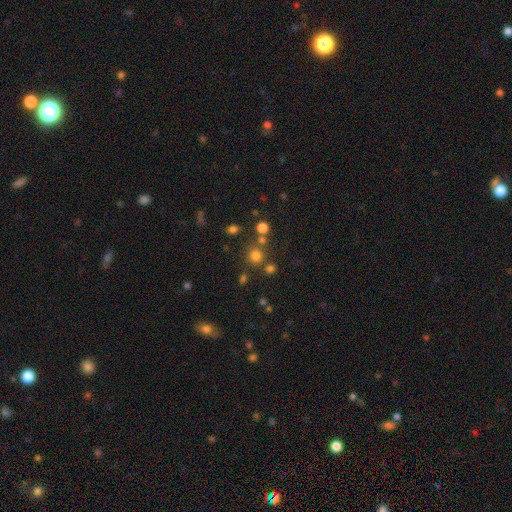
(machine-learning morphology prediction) A smooth galaxy with no disk features (72%) that is round (89%). Merging: none (73%).